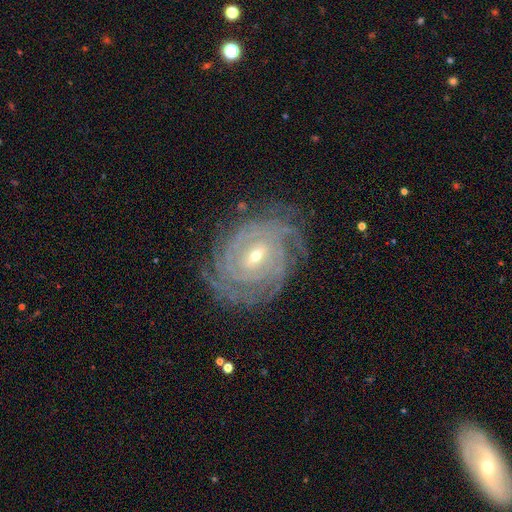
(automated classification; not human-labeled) A featured or disk galaxy (89%) with a weak bar (46%), 4 (25%) tight (84%) spiral arms (98%) and a small central bulge (58%). Merging: none (80%).